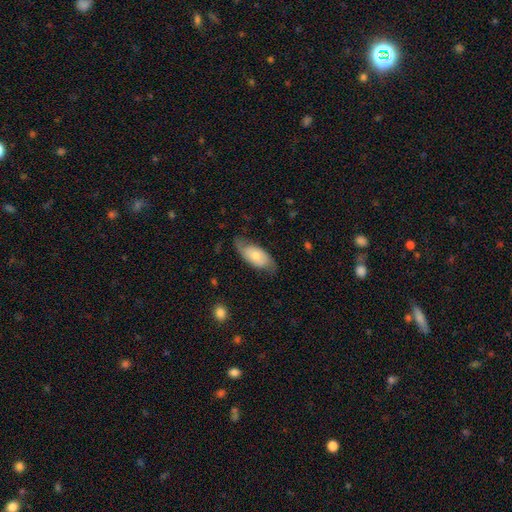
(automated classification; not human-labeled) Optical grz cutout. It shows a featured or disk galaxy (48%). Merging: none (65%).